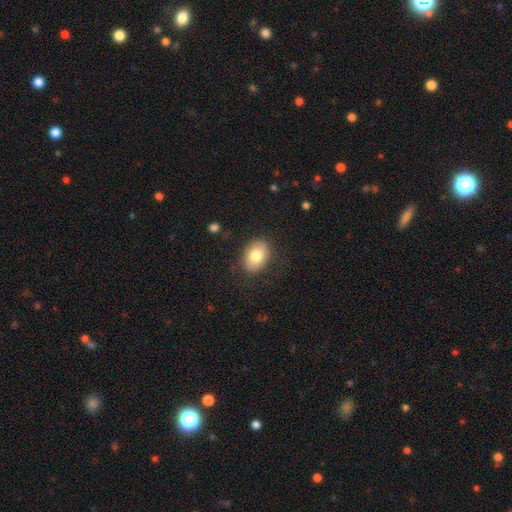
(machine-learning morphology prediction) A smooth galaxy with no disk features (79%) that is in between round and cigar-shaped (76%).

Vote fractions:
- Smooth or featured? smooth: 79% / featured or disk: 13% / star or artifact: 7%
- How rounded? in between: 76% / round: 23% / cigar-shaped: 1%
- Merging? none: 83% / minor disturbance: 12% / major disturbance: 4% / merger: 1%